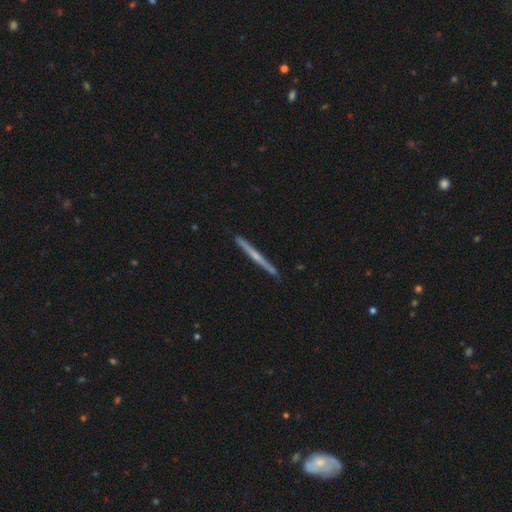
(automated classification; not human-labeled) A featured or disk galaxy (69%) viewed edge-on (98%) with a rounded central bulge (53%). Merging: none (91%).